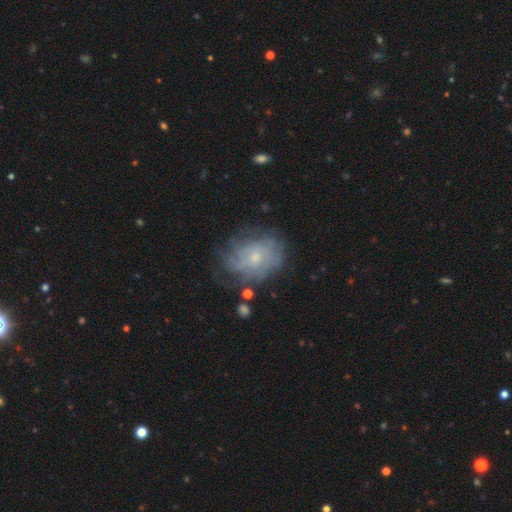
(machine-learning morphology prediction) The model was most divided on "smooth or featured": featured or disk: 53%, smooth: 29%, star or artifact: 18%. More confident: edge-on disk — no (96%); spiral arms — yes (76%); bar — no (75%); merging — none (73%); bulge size — small (67%).